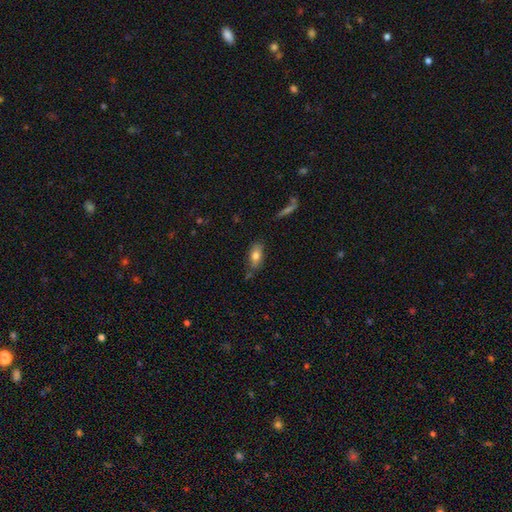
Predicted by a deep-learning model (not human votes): Smooth or featured? Predicted: smooth (p=0.76). How rounded? Predicted: in between (p=0.85). Merging? Predicted: none (p=0.71).